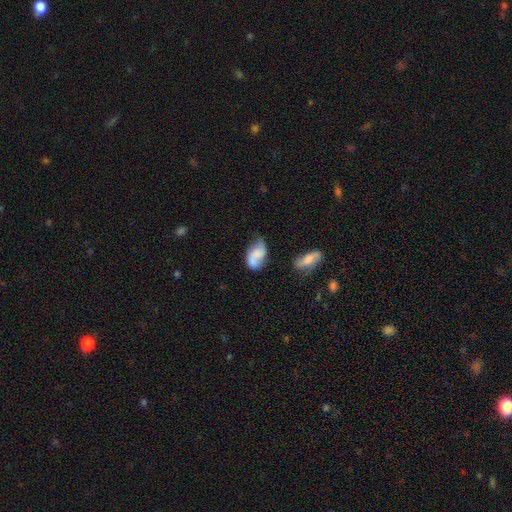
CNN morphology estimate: The model was most divided on "smooth or featured": smooth: 50%, featured or disk: 41%, star or artifact: 9%. Remaining: how rounded — in between (89%); merging — none (46%).